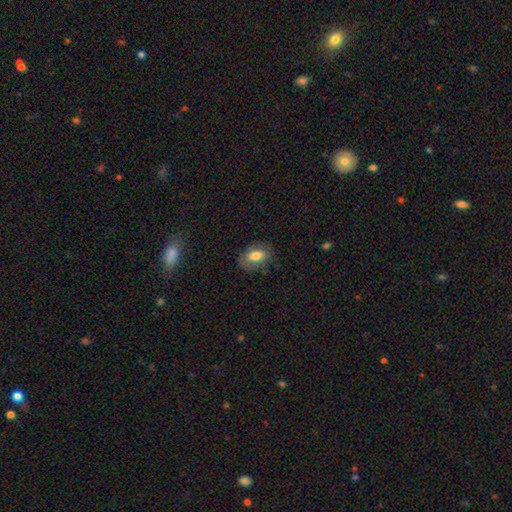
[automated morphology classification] A smooth galaxy with no disk features (71%) that is in between round and cigar-shaped (85%).

Vote fractions:
- Smooth or featured? smooth: 71% / featured or disk: 21% / star or artifact: 8%
- How rounded? in between: 85% / round: 13% / cigar-shaped: 2%
- Merging? none: 75% / minor disturbance: 17% / major disturbance: 6% / merger: 1%